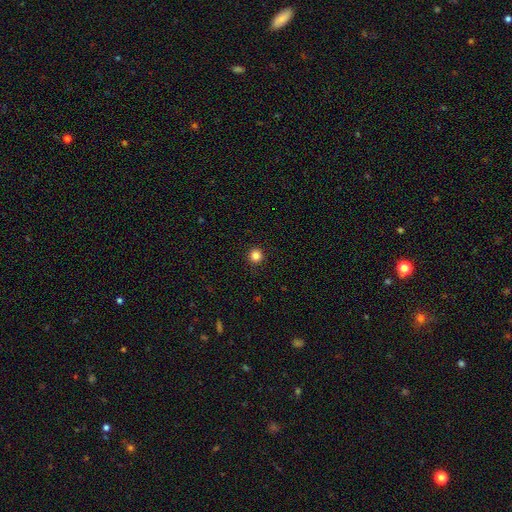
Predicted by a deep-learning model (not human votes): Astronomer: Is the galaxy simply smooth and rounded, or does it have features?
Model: smooth — 85%.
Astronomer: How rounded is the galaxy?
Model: round — 95%.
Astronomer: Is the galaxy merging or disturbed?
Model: none — 93%.